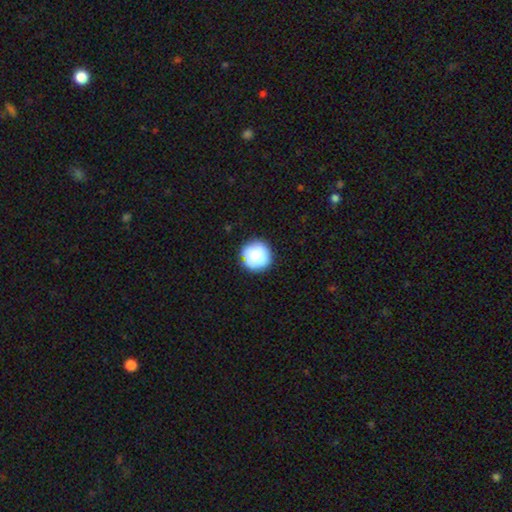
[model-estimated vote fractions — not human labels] smooth_or_featured: smooth (p=0.82) [alt: featured or disk p=0.10]
how_rounded: round (p=0.95) [alt: in between p=0.04]
merging: none (p=0.87) [alt: minor disturbance p=0.10]